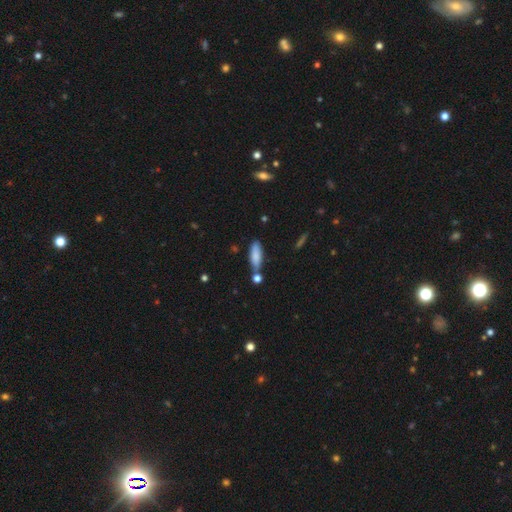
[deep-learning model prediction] The model was most divided on "how rounded": in between: 58%, cigar-shaped: 40%, round: 2%. More confident: smooth or featured — smooth (82%); merging — none (65%).